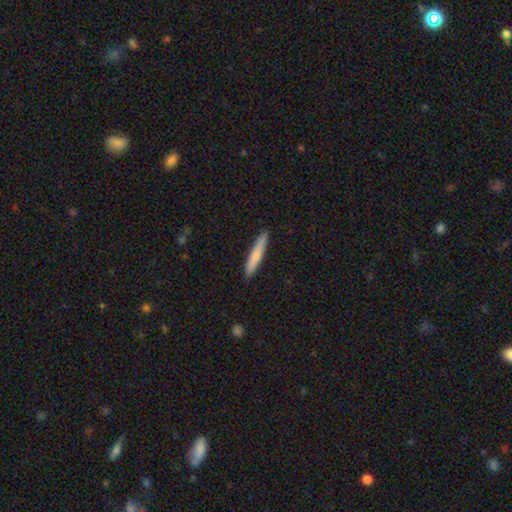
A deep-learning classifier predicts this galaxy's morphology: type=smooth (73%); roundness=cigar-shaped (93%); merging=none (89%).